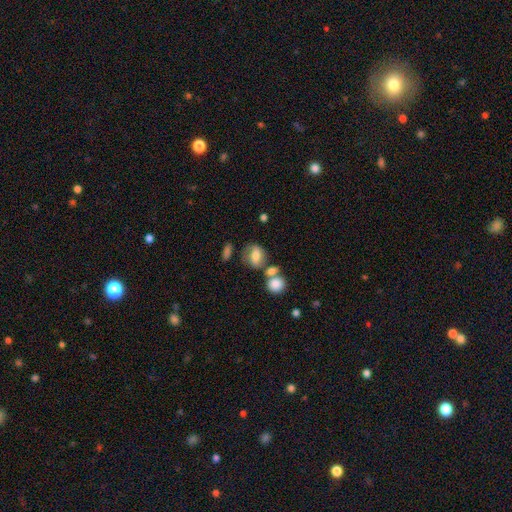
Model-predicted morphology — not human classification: smooth 66%, featured or disk 24%, star or artifact 10%. Down the decision tree: how rounded — in between (65%); merging — none (45%).